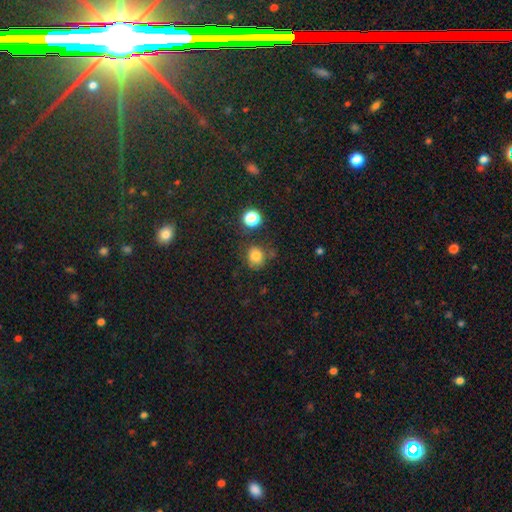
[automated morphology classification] type=smooth (78%); roundness=round (77%); merging=none (69%).